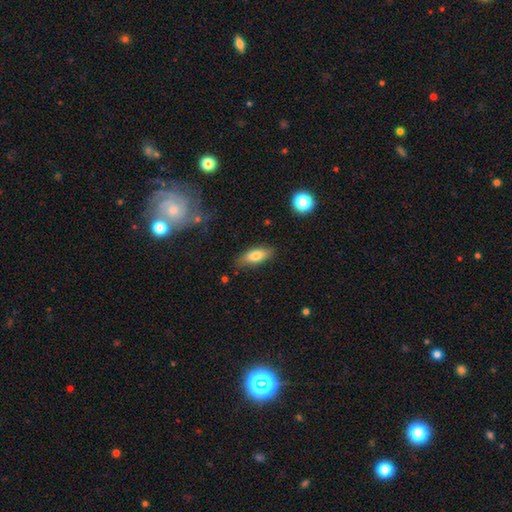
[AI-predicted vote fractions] smooth-or-featured: smooth: 77% | featured or disk: 16% | star or artifact: 7%
  how-rounded: in between: 77% | cigar-shaped: 20% | round: 3%
  merging: none: 82% | minor disturbance: 13% | major disturbance: 3% | merger: 2%